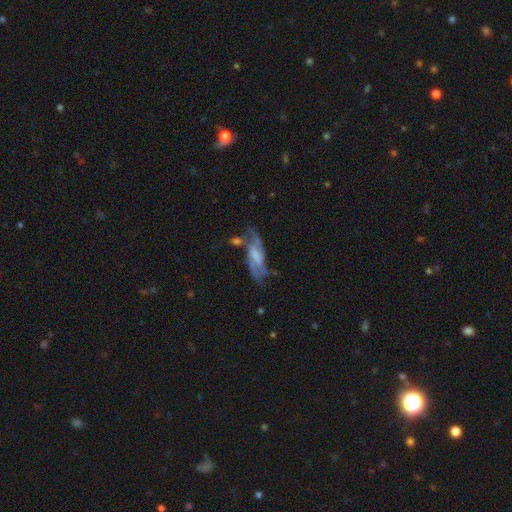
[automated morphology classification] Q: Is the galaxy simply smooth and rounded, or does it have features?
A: featured or disk — 72%.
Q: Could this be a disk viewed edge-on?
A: no — 86%.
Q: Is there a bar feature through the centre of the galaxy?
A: weak — 46%.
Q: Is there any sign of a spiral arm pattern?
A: yes — 86%.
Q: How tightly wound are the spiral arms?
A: medium — 44%.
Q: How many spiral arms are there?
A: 2 — 71%.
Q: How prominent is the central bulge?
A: moderate — 30%.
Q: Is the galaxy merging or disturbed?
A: none — 47%.